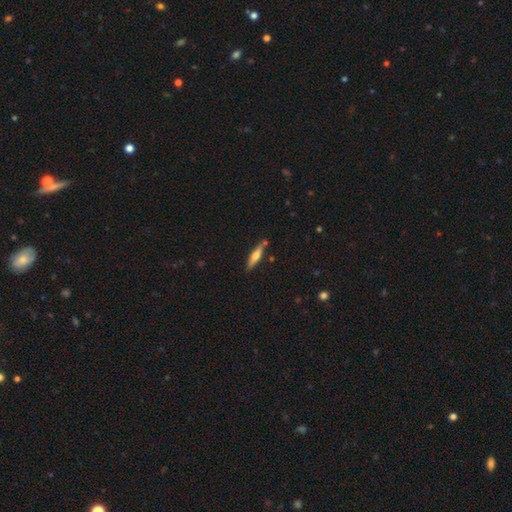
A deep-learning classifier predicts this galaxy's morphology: A smooth galaxy with no disk features (51%) that is cigar-shaped (81%). Merging: none (81%).